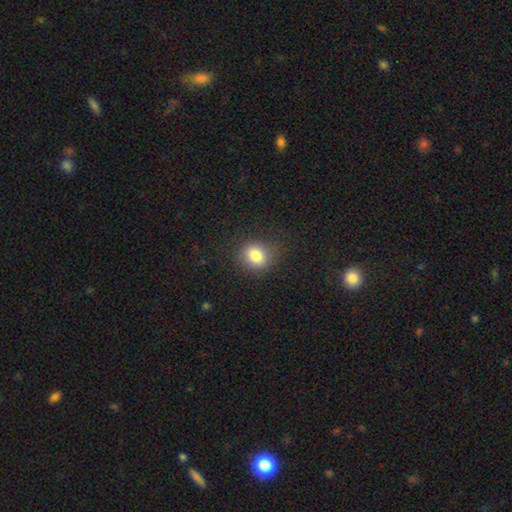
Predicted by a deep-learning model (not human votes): Smooth or featured?
  - smooth: 81% *
  - star or artifact: 12%
  - featured or disk: 7%
How rounded?
  - round: 73% *
  - in between: 26%
  - cigar-shaped: 1%
Merging?
  - none: 85% *
  - minor disturbance: 10%
  - major disturbance: 4%
  - merger: 1%